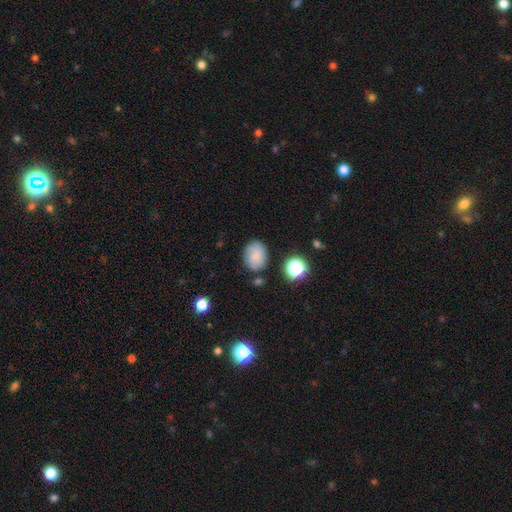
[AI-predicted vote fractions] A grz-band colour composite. It shows a smooth galaxy with no disk features (73%) that is in between round and cigar-shaped (57%). Merging: none (72%).